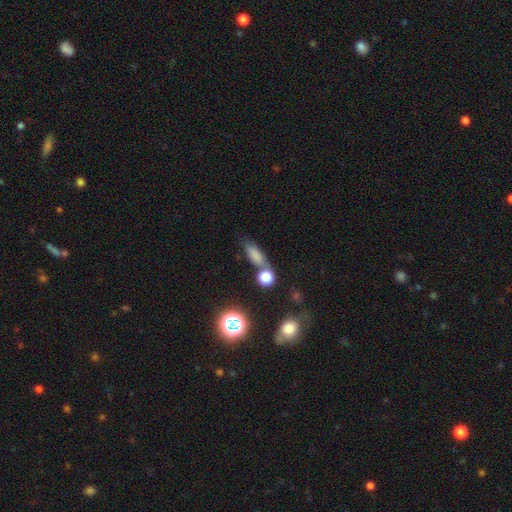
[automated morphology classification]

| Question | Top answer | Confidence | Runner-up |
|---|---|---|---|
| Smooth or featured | smooth | 75% | star or artifact (16%) |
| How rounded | in between | 60% | cigar-shaped (28%) |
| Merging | none | 58% | merger (21%) |